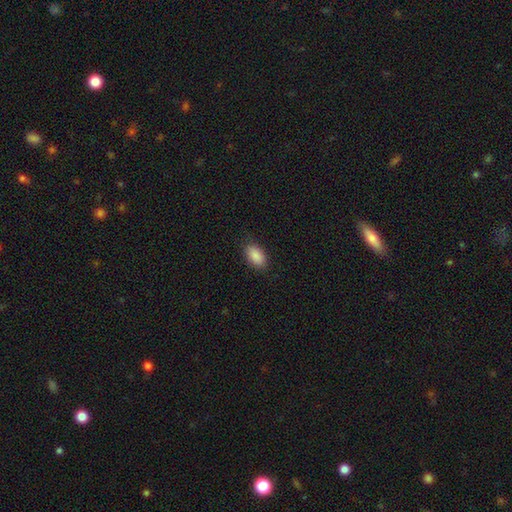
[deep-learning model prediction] Smooth or featured?
  - smooth: 90% *
  - star or artifact: 7%
  - featured or disk: 3%
How rounded?
  - in between: 93% *
  - round: 4%
  - cigar-shaped: 2%
Merging?
  - none: 87% *
  - minor disturbance: 10%
  - major disturbance: 2%
  - merger: 1%